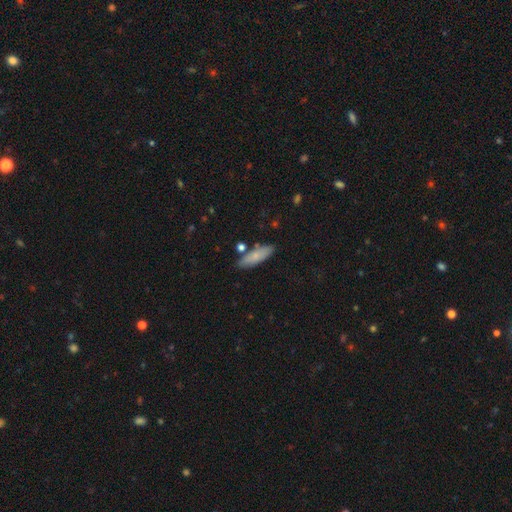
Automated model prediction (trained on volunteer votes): smooth 77%, featured or disk 17%, star or artifact 7%. Down the decision tree: how rounded — in between (51%); merging — none (80%).